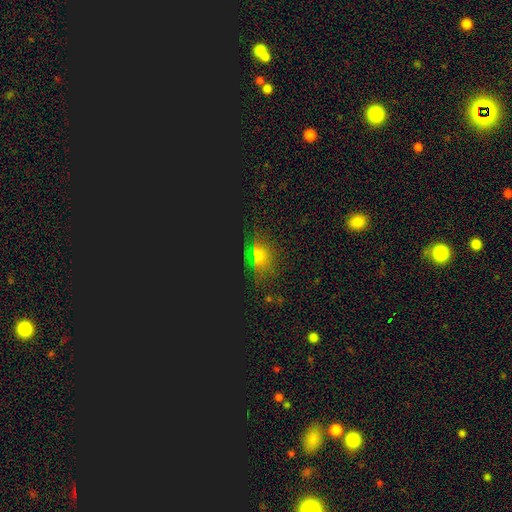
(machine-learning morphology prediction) Smooth or featured?
  - star or artifact: 47% *
  - smooth: 43%
  - featured or disk: 10%